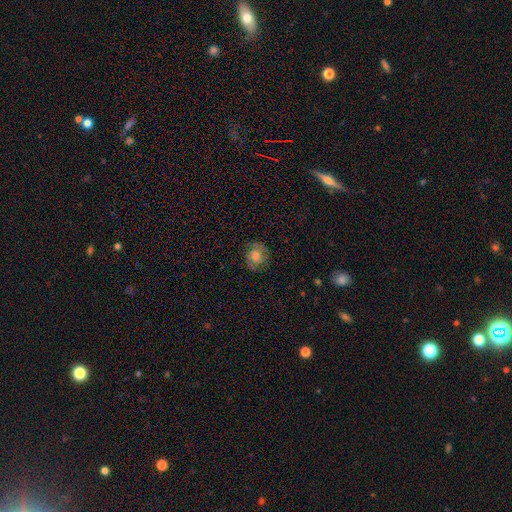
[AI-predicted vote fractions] Smooth or featured?
  - featured or disk: 62% *
  - smooth: 28%
  - star or artifact: 10%
Edge-on disk?
  - no: 97% *
  - yes: 3%
Bar?
  - no: 69% *
  - weak: 26%
  - strong: 5%
Spiral arms?
  - yes: 89% *
  - no: 11%
Spiral winding?
  - tight: 51% *
  - medium: 38%
  - loose: 11%
Spiral arm count?
  - 2: 71% *
  - can't tell: 14%
  - 3: 6%
  - 1: 4%
  - 4: 2%
  - more than 4: 2%
Bulge size?
  - moderate: 65% *
  - small: 23%
  - large: 9%
  - none: 2%
  - dominant: 1%
Merging?
  - none: 79% *
  - minor disturbance: 14%
  - major disturbance: 6%
  - merger: 1%